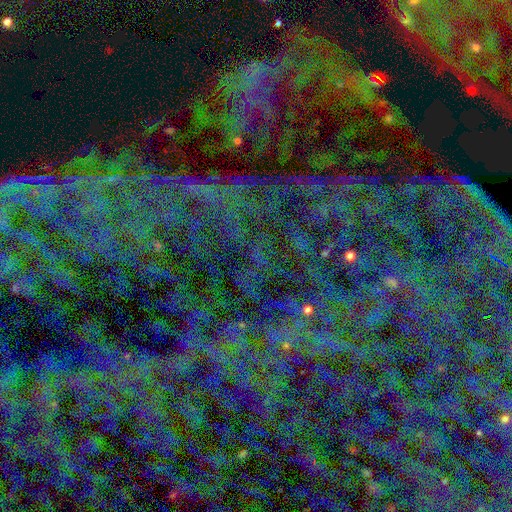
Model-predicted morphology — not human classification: Smooth or featured? Predicted: star or artifact (p=0.80).